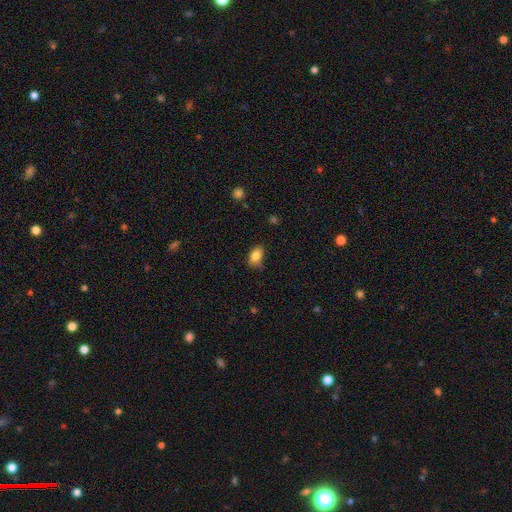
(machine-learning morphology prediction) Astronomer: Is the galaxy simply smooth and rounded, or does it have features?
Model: smooth — 85%.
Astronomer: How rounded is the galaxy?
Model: in between — 83%.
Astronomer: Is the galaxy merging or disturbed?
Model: none — 71%.